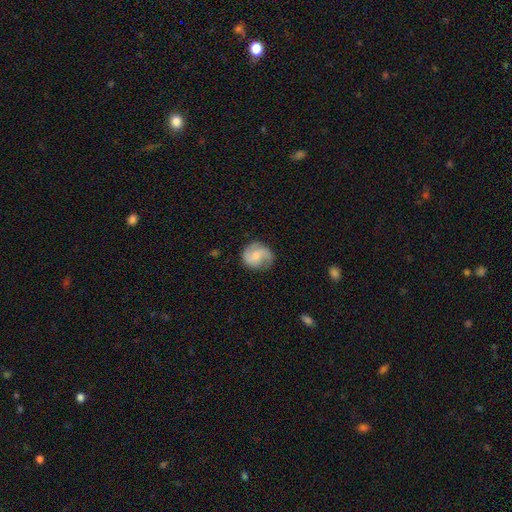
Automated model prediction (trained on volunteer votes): Morphology: type=featured or disk (56%); edge-on=no (98%); bar=no (55%); spiral arms=yes (90%); bulge=small (44%); merging=none (69%).